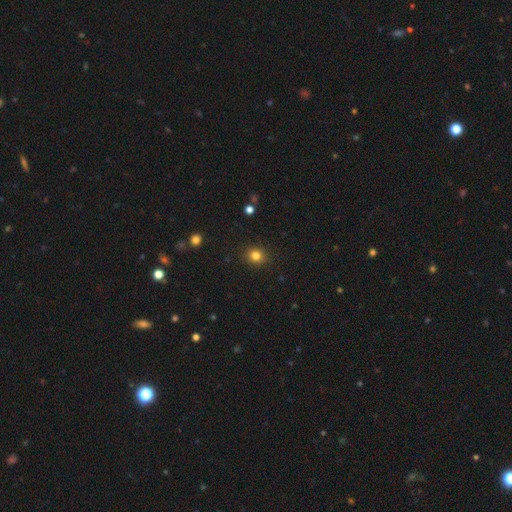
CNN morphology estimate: Smooth or featured: smooth — 82% (star or artifact — 13%)
How rounded: round — 81% (in between — 18%)
Merging: none — 91% (minor disturbance — 6%)